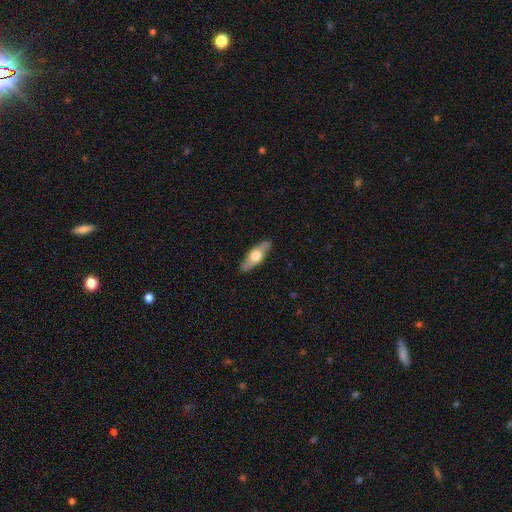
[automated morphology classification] Q: Smooth or featured?
A: smooth (50%); runner-up: featured or disk (45%)
Q: How rounded?
A: in between (60%); runner-up: cigar-shaped (37%)
Q: Merging?
A: none (88%); runner-up: minor disturbance (9%)